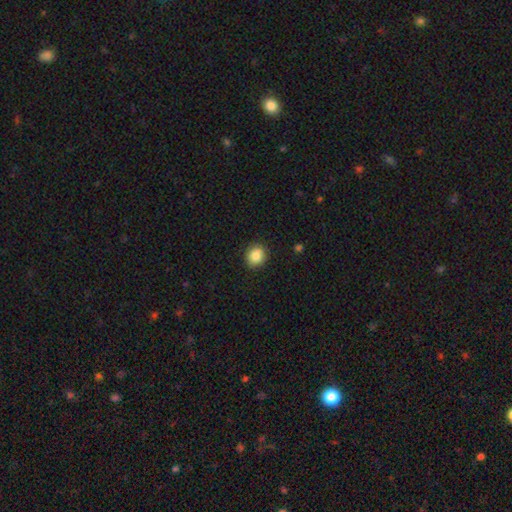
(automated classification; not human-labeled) Smooth or featured? Predicted: smooth (p=0.86). How rounded? Predicted: round (p=0.77). Merging? Predicted: none (p=0.88).